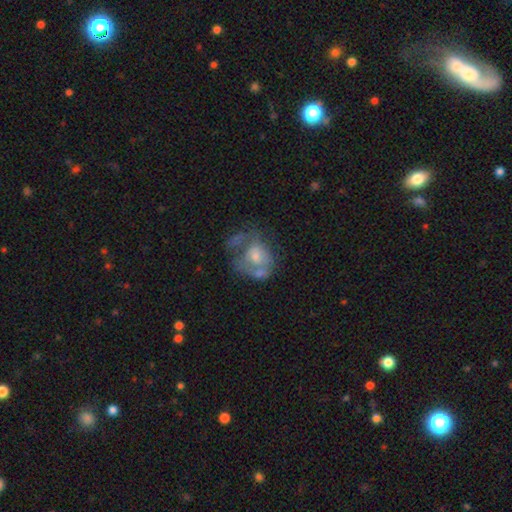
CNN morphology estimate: The model was most divided on "merging": major disturbance: 31%, none: 29%, merger: 21%, minor disturbance: 19%. More confident: edge-on disk — no (97%); bar — no (82%); spiral arms — no (71%); smooth or featured — featured or disk (54%); bulge size — moderate (52%).